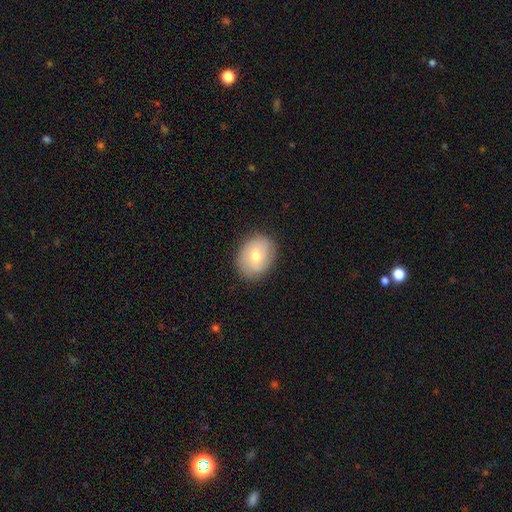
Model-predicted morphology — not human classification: The model was most divided on "how rounded": in between: 53%, round: 46%, cigar-shaped: 1%. More confident: merging — none (84%); smooth or featured — smooth (56%).